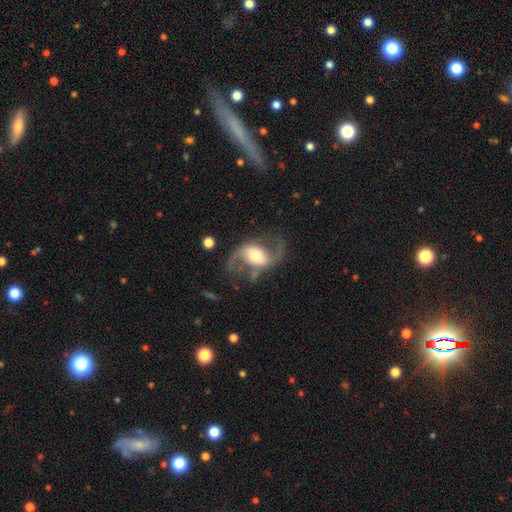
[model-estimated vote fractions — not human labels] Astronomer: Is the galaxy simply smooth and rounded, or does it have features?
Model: featured or disk — 84%.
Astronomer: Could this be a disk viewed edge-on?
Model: no — 97%.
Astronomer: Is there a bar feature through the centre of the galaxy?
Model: weak — 37% (runner-up: no, 34%).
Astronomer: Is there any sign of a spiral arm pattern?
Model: yes — 93%.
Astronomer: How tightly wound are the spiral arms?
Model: loose — 62%.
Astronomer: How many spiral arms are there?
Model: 2 — 93%.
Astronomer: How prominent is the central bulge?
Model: moderate — 62%.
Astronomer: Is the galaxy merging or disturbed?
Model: none — 69%.